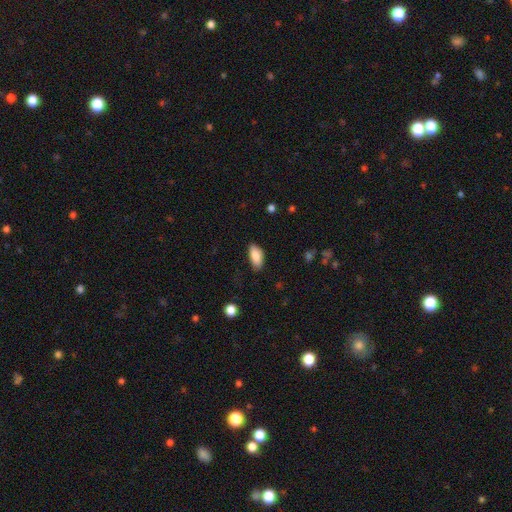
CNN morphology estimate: smooth 87%, star or artifact 7%, featured or disk 6%. Down the decision tree: how rounded — in between (88%); merging — none (78%).